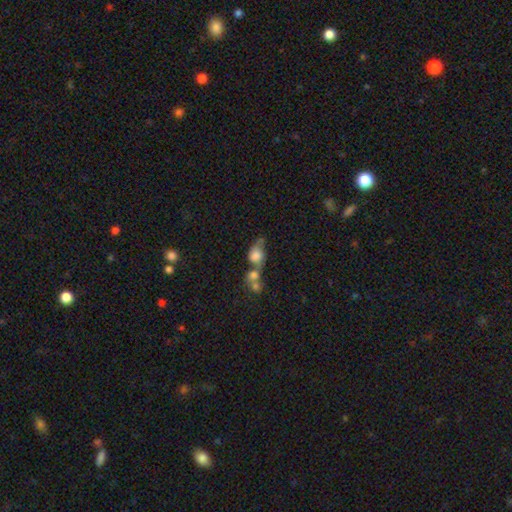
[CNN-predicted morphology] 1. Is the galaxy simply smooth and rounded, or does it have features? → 62% smooth, 26% featured or disk, 12% star or artifact.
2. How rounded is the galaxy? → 58% in between, 37% round, 4% cigar-shaped.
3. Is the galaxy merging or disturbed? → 60% merger, 20% none, 10% major disturbance, 10% minor disturbance.